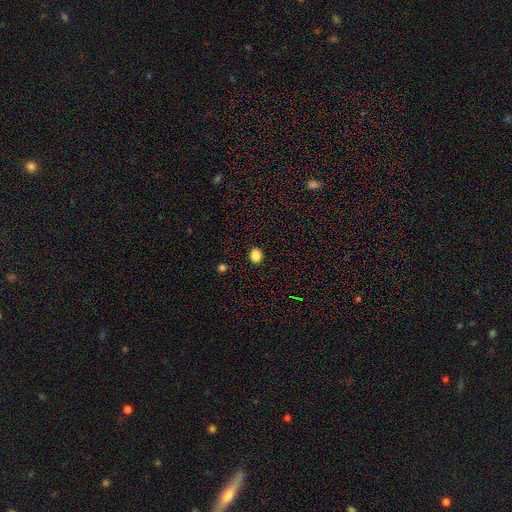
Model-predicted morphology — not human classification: A smooth galaxy with no disk features (86%) that is round (54%). Merging: none (91%).